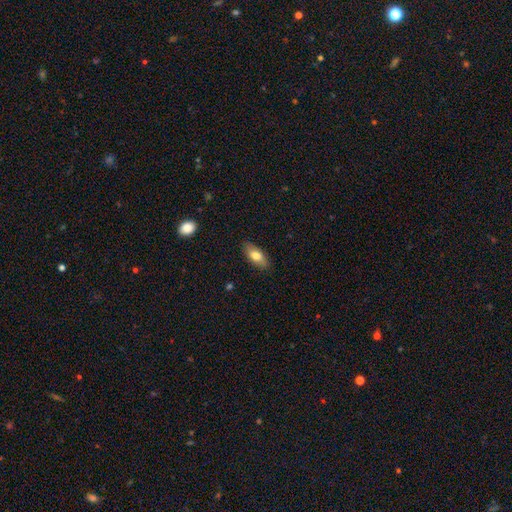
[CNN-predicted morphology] Smooth or featured: smooth — 74% (featured or disk — 20%)
How rounded: in between — 83% (cigar-shaped — 14%)
Merging: none — 87% (minor disturbance — 10%)